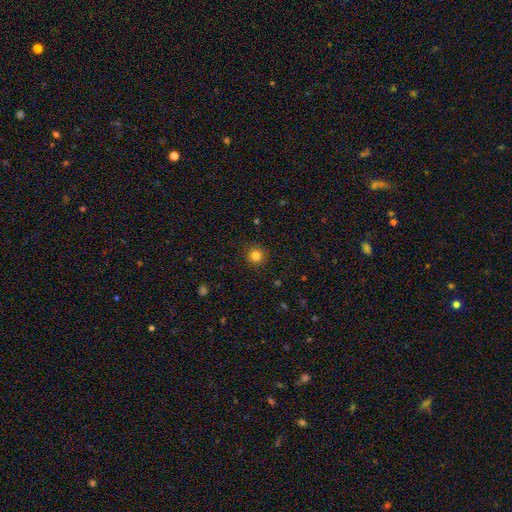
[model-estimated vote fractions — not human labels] Overall: smooth (83%). How rounded: round (94%). Merging: none (91%).